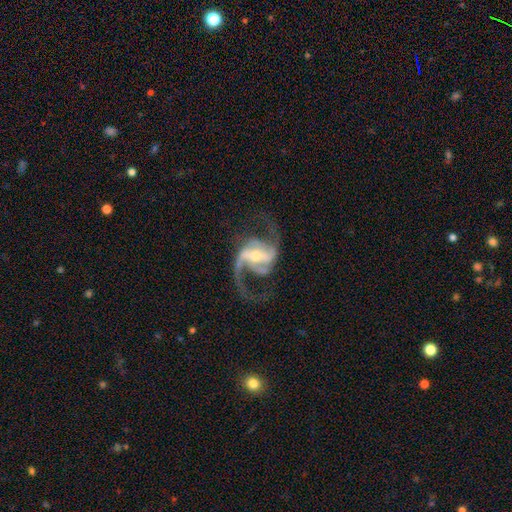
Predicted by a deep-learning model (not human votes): A featured or disk galaxy (92%) with a strong bar (50%), 2 (84%) loose (49%) spiral arms (97%) and a small central bulge (49%). Merging: none (68%).